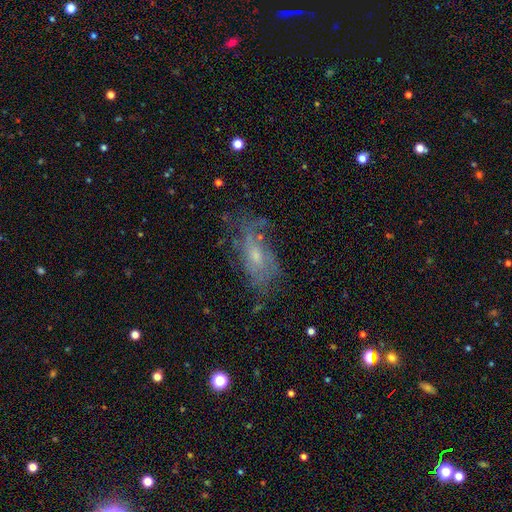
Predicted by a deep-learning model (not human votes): Overall: featured or disk (60%; smooth 25%). Edge-on disk: no (87%). Bar: no (68%). Spiral arms: yes (70%). Bulge size: small (55%; moderate 36%). Merging: none (62%).